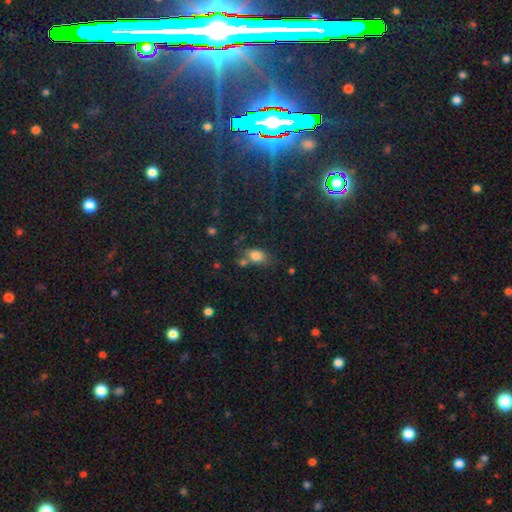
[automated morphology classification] This appears to be a smooth galaxy with no disk features (79%) that is in between round and cigar-shaped (76%). Merging: none (55%).